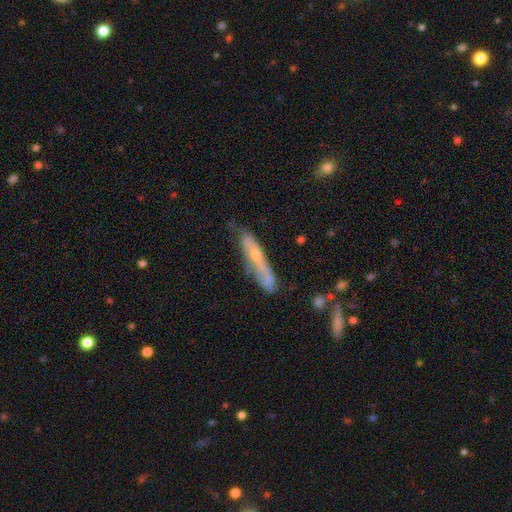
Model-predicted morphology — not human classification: smooth_or_featured: featured or disk (p=0.47) [alt: smooth p=0.46]
merging: none (p=0.47) [alt: minor disturbance p=0.31]